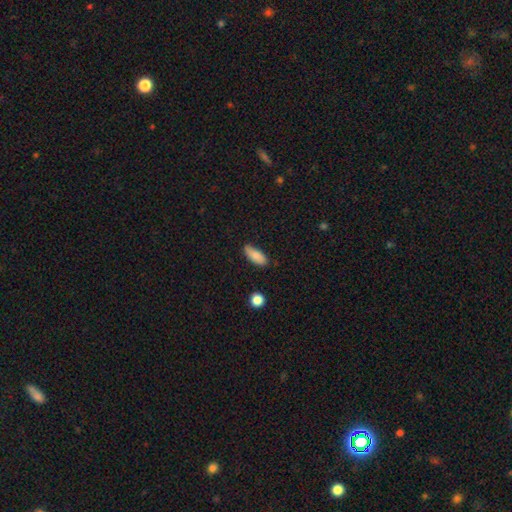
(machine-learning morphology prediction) Smooth or featured? smooth (83%)
How rounded? in between (79%)
Merging? none (77%)